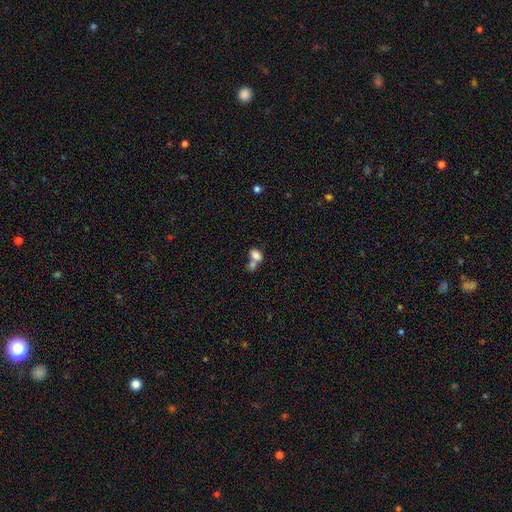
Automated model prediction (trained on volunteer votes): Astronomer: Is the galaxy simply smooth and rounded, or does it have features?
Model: smooth — 80%.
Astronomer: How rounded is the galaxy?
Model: in between — 84%.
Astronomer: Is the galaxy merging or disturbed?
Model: merger — 58%.